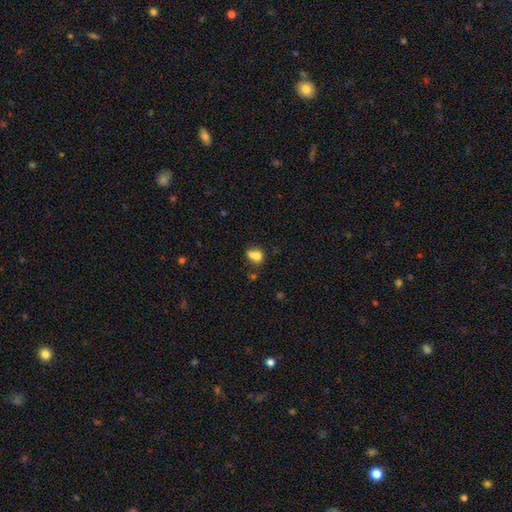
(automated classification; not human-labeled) This appears to be a smooth galaxy with no disk features (73%) that is round (52%). Merging: merger (50%).